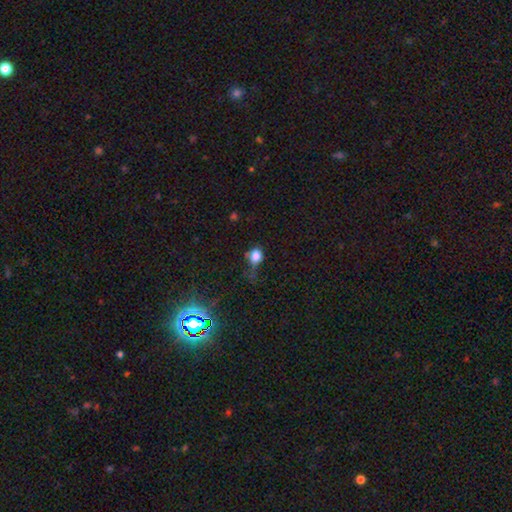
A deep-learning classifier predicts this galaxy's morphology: Smooth or featured: smooth — 77% (star or artifact — 15%)
How rounded: round — 59% (in between — 40%)
Merging: none — 42% (minor disturbance — 31%)